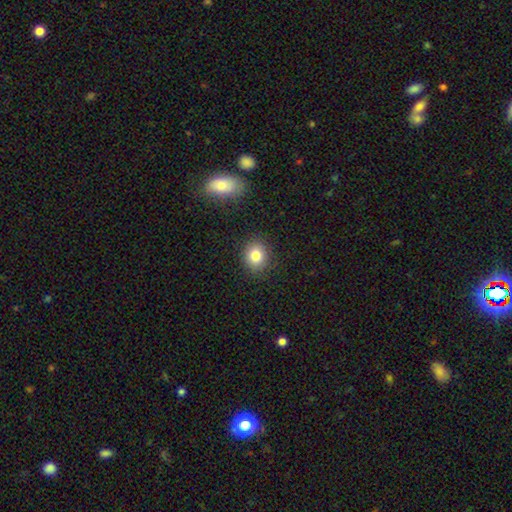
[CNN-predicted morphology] smooth-or-featured: smooth: 81% | star or artifact: 11% | featured or disk: 8%
  how-rounded: round: 74% | in between: 25% | cigar-shaped: 1%
  merging: none: 88% | minor disturbance: 8% | major disturbance: 3% | merger: 1%